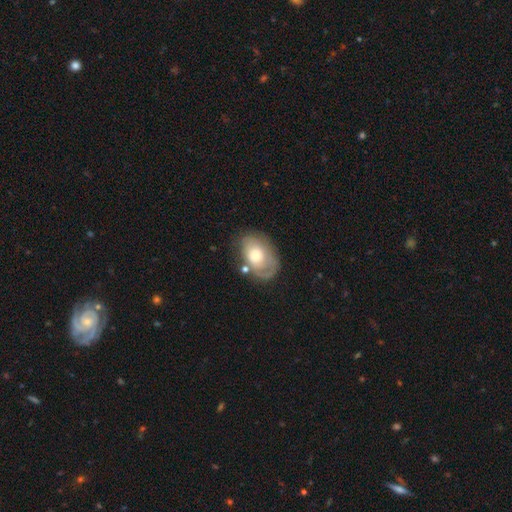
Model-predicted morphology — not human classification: smooth-or-featured: featured or disk: 51% | smooth: 42% | star or artifact: 7%
  disk-edge-on: no: 95% | yes: 5%
  merging: none: 59% | minor disturbance: 22% | major disturbance: 12% | merger: 6%